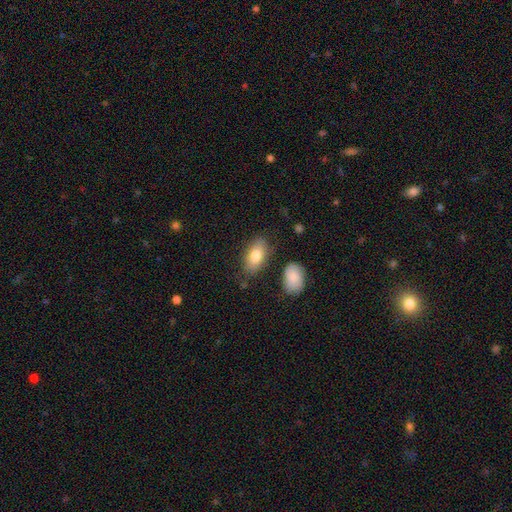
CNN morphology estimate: A smooth galaxy with no disk features (80%) that is in between round and cigar-shaped (91%). Merging: none (78%).